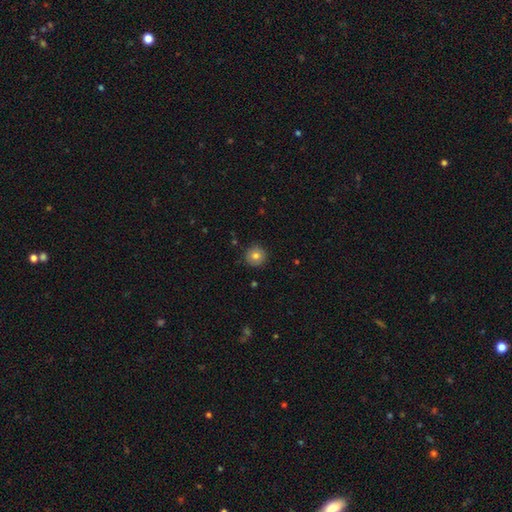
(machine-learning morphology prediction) This appears to be a smooth galaxy with no disk features (79%) that is round (95%). Merging: none (89%).